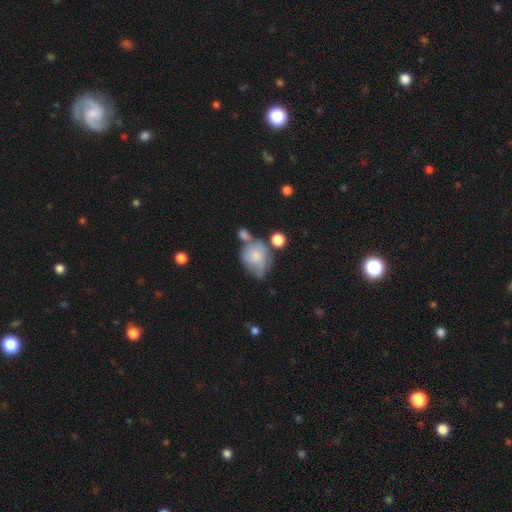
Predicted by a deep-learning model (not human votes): This appears to be a smooth galaxy with no disk features (62%) that is in between round and cigar-shaped (50%). Merging: none (32%).